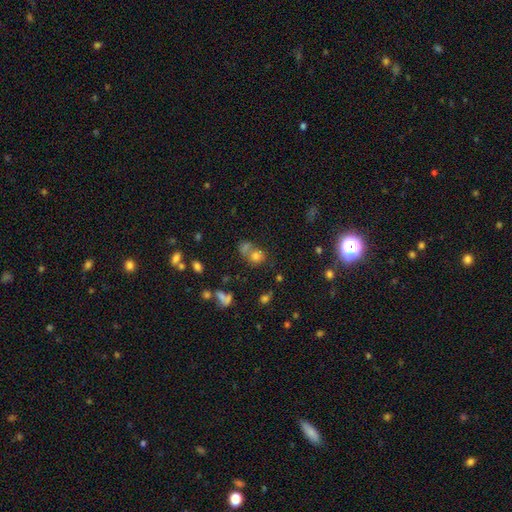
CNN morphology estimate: Smooth or featured? smooth (70%)
How rounded? round (70%)
Merging? merger (45%)